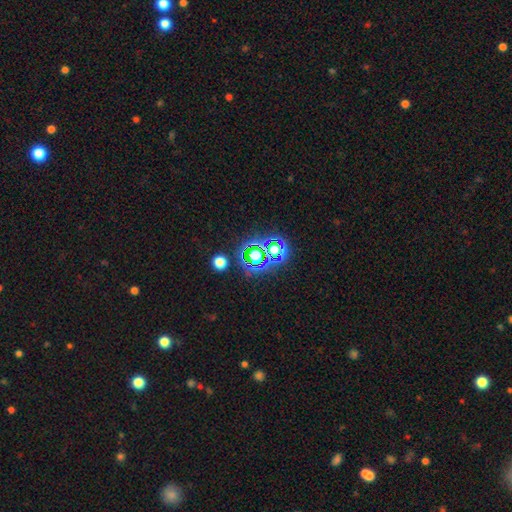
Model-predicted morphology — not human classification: A star or artifact, not a galaxy (67%).

Vote fractions:
- Smooth or featured? star or artifact: 67% / smooth: 22% / featured or disk: 12%